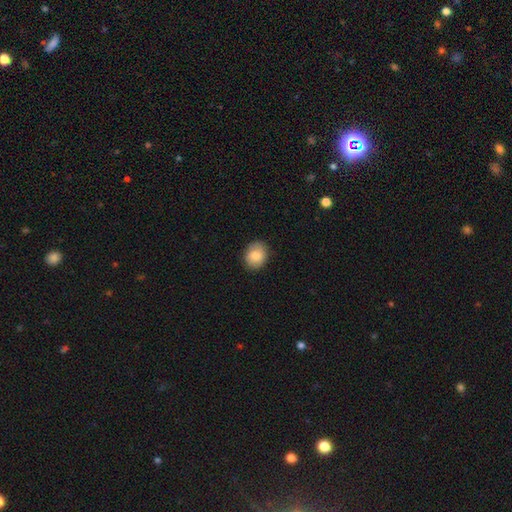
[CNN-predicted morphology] smooth-or-featured: smooth: 85% | featured or disk: 8% | star or artifact: 7%
  how-rounded: round: 59% | in between: 40% | cigar-shaped: 1%
  merging: none: 85% | minor disturbance: 12% | major disturbance: 3% | merger: 1%